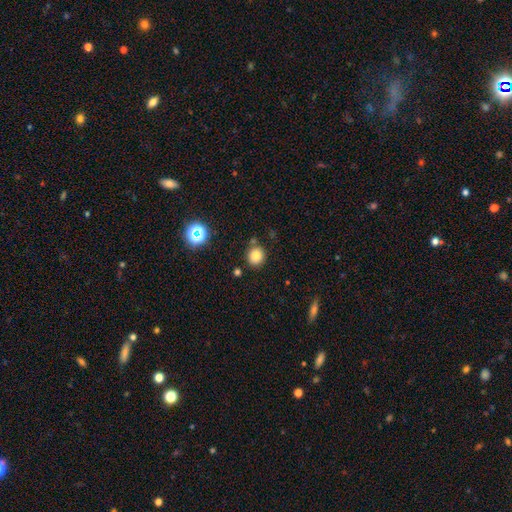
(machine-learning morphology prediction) This appears to be a smooth galaxy with no disk features (79%) that is round (85%). Merging: none (80%).